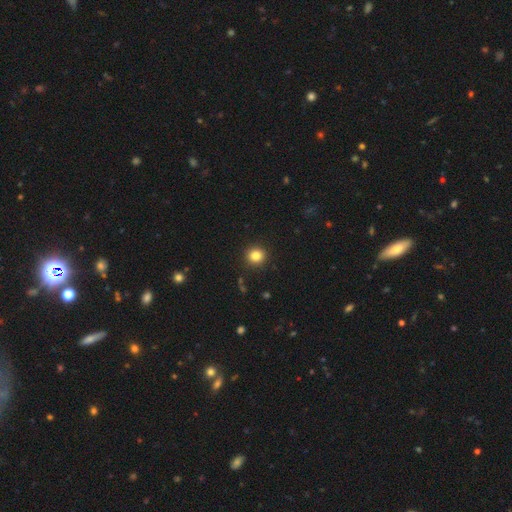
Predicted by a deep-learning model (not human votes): Morphology: type=smooth (84%); roundness=round (92%); merging=none (91%).